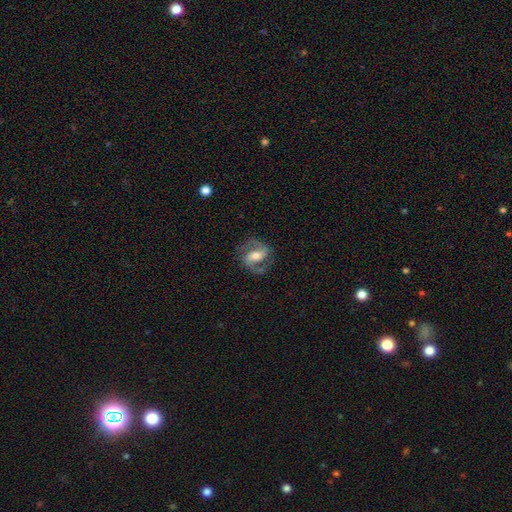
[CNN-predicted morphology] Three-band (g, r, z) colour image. It shows a featured or disk galaxy (84%) with a weak bar (40%), 2 (92%) medium (58%) spiral arms (95%) and a moderate central bulge (65%). Merging: none (80%).